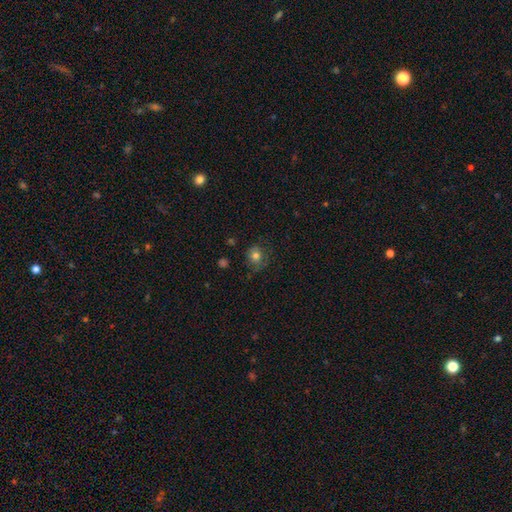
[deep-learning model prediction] Overall: smooth (74%). How rounded: round (77%). Merging: none (66%).